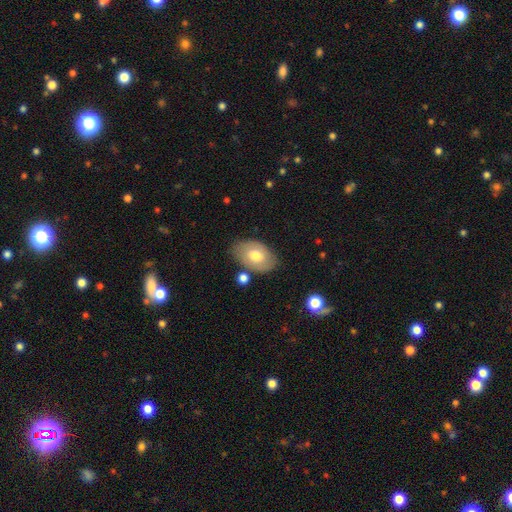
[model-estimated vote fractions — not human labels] Smooth or featured? Predicted: smooth (p=0.65). How rounded? Predicted: in between (p=0.89). Merging? Predicted: none (p=0.73).